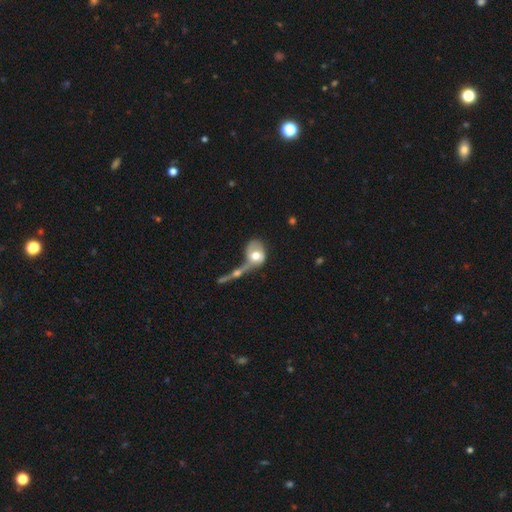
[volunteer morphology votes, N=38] Smooth or featured? smooth (58%)
How rounded? in between (68%)
Merging? merger (65%)